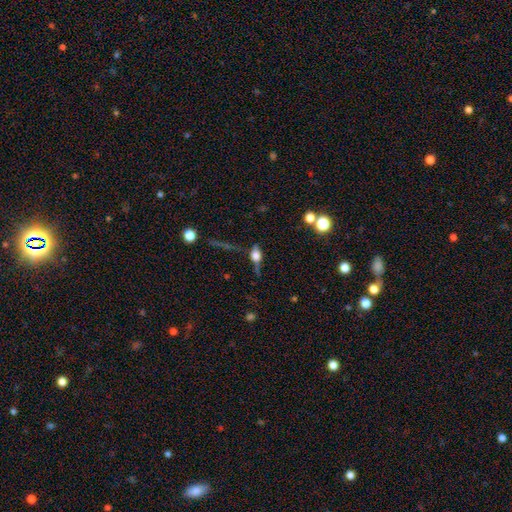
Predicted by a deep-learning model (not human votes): Smooth or featured: smooth — 45% (featured or disk — 42%)
Merging: none — 50% (minor disturbance — 25%)